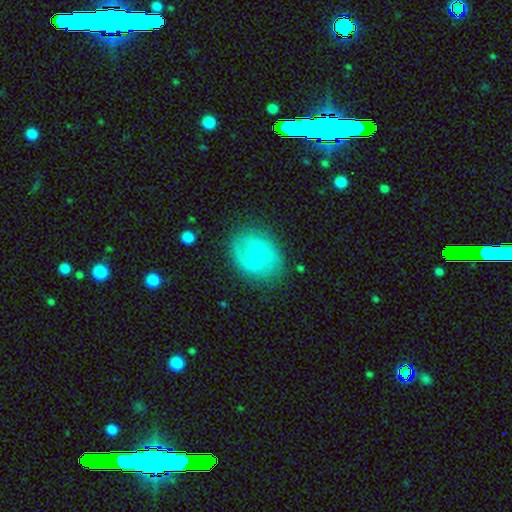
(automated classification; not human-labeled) Smooth or featured? featured or disk (63%)
Edge-on disk? no (97%)
Bar? no (67%)
Spiral arms? yes (85%)
Spiral winding? tight (47%)
Spiral arm count? 2 (72%)
Bulge size? small (68%)
Merging? none (79%)